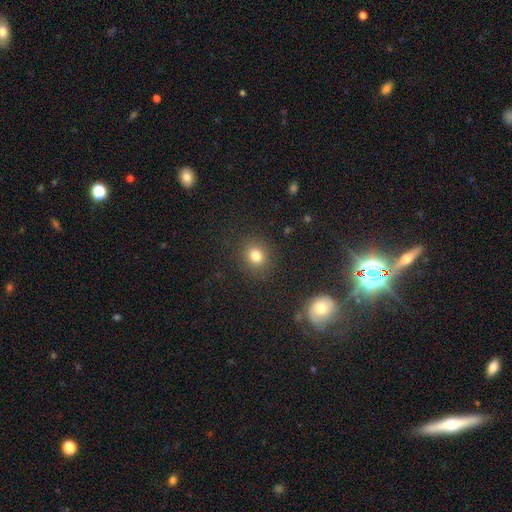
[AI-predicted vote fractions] smooth-or-featured: smooth: 79% | star or artifact: 14% | featured or disk: 7%
  how-rounded: round: 73% | in between: 26% | cigar-shaped: 1%
  merging: none: 87% | minor disturbance: 8% | major disturbance: 3% | merger: 2%